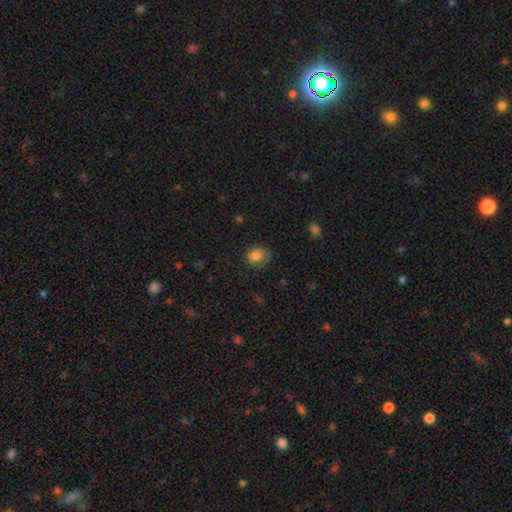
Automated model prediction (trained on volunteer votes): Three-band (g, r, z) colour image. It shows a smooth galaxy with no disk features (82%) that is round (57%). Merging: none (62%).